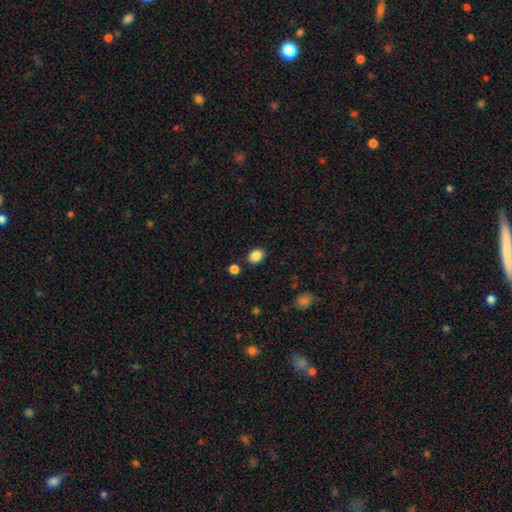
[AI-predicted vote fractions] Smooth or featured? Predicted: smooth (p=0.86). How rounded? Predicted: in between (p=0.63). Merging? Predicted: none (p=0.83).